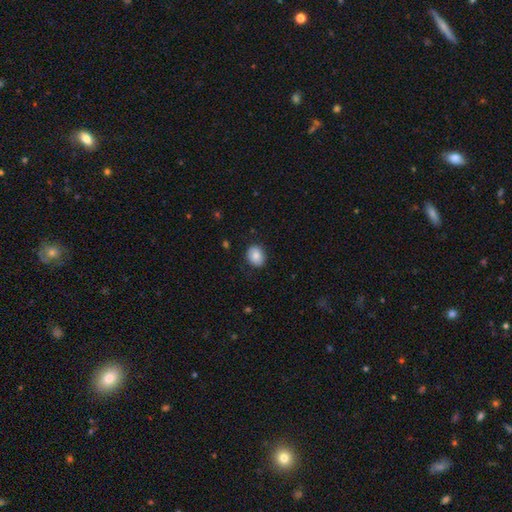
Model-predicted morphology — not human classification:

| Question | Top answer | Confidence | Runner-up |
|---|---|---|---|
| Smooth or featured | smooth | 85% | star or artifact (8%) |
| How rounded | in between | 52% | round (48%) |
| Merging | none | 83% | minor disturbance (12%) |